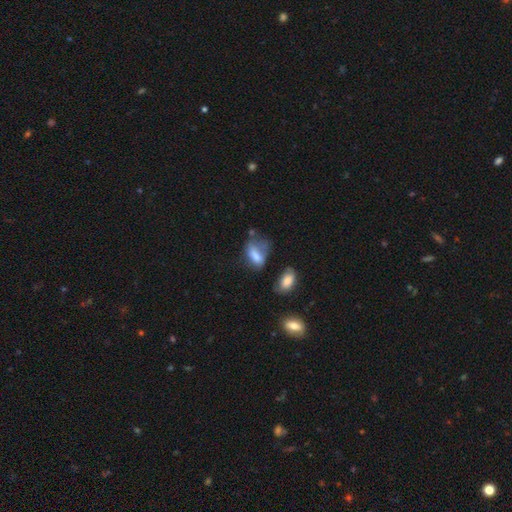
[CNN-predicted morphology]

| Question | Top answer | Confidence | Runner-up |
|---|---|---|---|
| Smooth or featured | smooth | 67% | featured or disk (22%) |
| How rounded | in between | 84% | round (12%) |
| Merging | major disturbance | 33% | minor disturbance (29%) |